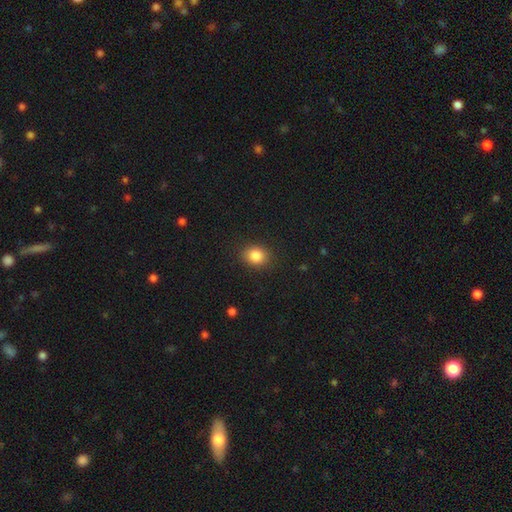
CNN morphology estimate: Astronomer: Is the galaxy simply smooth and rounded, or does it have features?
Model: smooth — 85%.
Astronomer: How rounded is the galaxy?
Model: round — 62% (runner-up: in between, 37%).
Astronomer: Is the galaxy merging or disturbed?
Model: none — 88%.